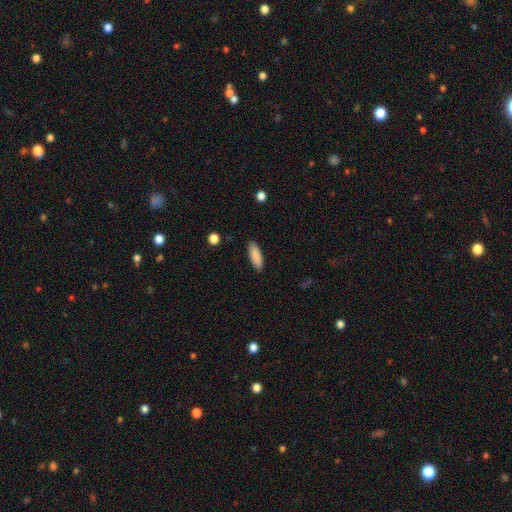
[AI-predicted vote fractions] A smooth galaxy with no disk features (88%) that is in between round and cigar-shaped (60%).

Vote fractions:
- Smooth or featured? smooth: 88% / star or artifact: 6% / featured or disk: 5%
- How rounded? in between: 60% / cigar-shaped: 38% / round: 2%
- Merging? none: 89% / minor disturbance: 8% / major disturbance: 2% / merger: 1%